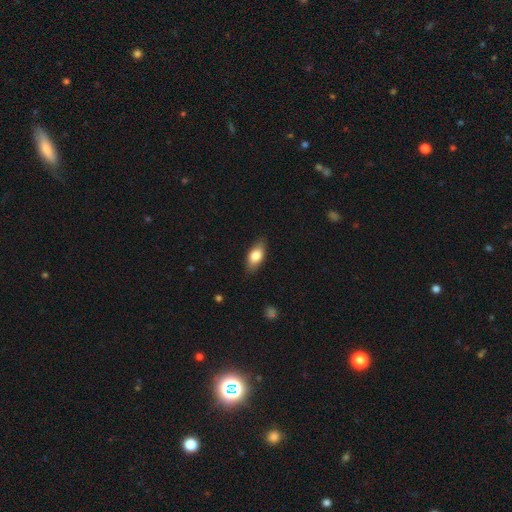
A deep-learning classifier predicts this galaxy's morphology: Overall: smooth (78%). How rounded: in between (86%). Merging: none (83%).